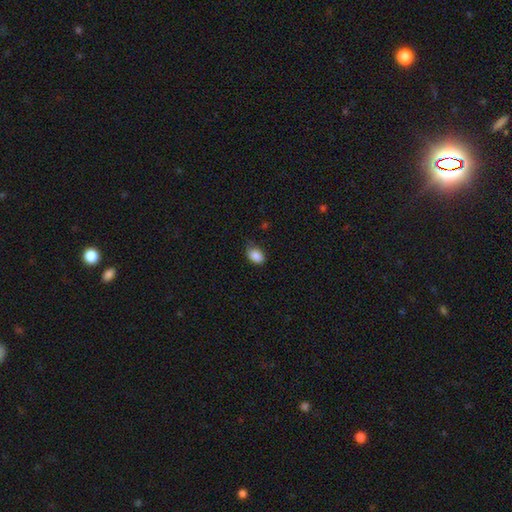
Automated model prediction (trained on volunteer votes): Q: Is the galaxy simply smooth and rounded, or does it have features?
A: smooth — 88%.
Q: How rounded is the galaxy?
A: in between — 83%.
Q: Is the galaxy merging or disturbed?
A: none — 63%.